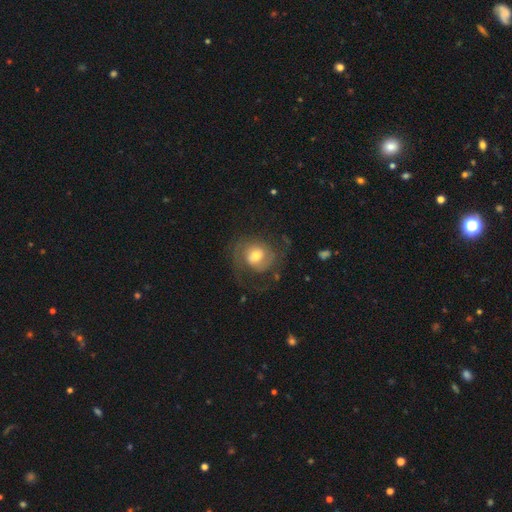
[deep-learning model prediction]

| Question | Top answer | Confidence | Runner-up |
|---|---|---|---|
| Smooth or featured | featured or disk | 67% | smooth (26%) |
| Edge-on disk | no | 97% | yes (3%) |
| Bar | no | 58% | weak (35%) |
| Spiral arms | yes | 87% | no (13%) |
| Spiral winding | medium | 45% | tight (30%) |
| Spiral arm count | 2 | 65% | can't tell (15%) |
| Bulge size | moderate | 61% | small (22%) |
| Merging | none | 58% | major disturbance (23%) |